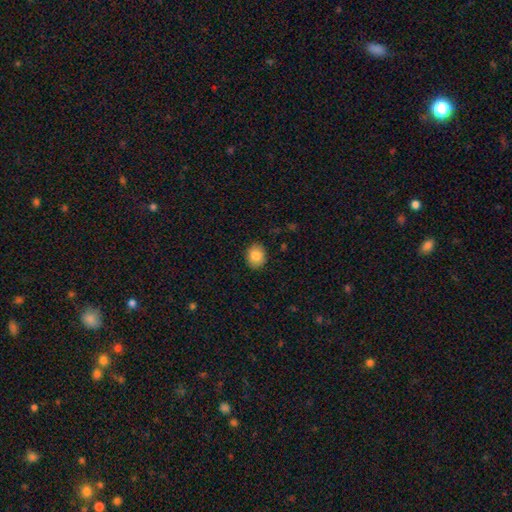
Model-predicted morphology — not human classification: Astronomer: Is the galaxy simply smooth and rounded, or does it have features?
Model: smooth — 85%.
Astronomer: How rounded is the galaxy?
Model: round — 61% (runner-up: in between, 38%).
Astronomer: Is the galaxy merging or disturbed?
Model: none — 89%.